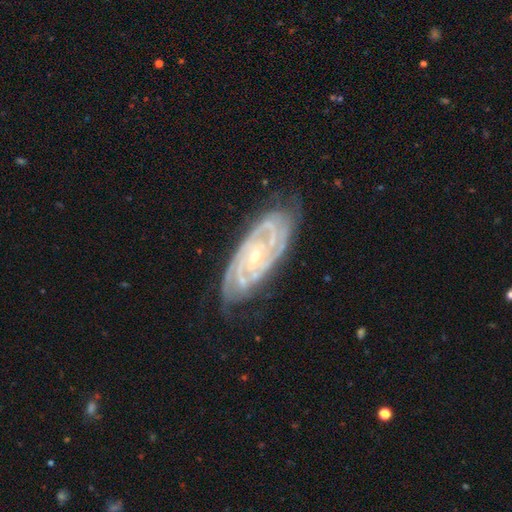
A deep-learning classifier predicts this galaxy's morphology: Overall: featured or disk (90%). Edge-on disk: no (94%). Bar: no (55%; weak 31%). Spiral arms: yes (98%). Spiral arm count: 2 (35%; 3 24%). Spiral winding: tight (76%). Bulge size: small (76%). Merging: none (76%).